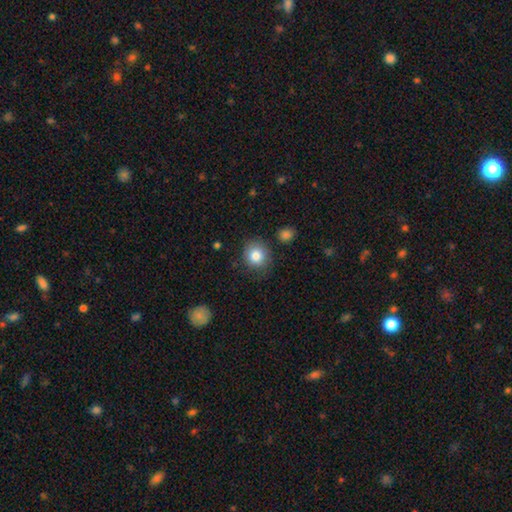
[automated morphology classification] smooth_or_featured: smooth (p=0.84) [alt: star or artifact p=0.09]
how_rounded: round (p=0.85) [alt: in between p=0.14]
merging: none (p=0.82) [alt: minor disturbance p=0.12]